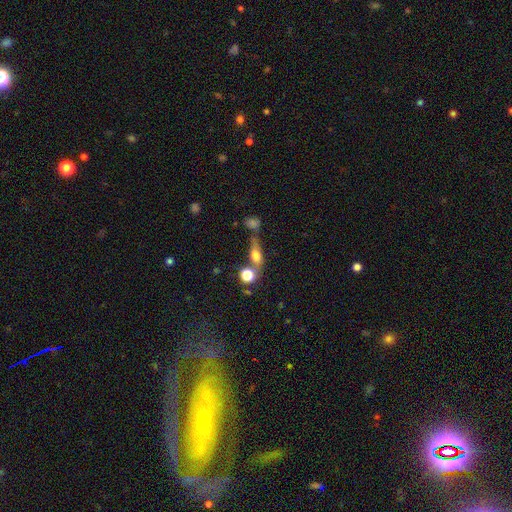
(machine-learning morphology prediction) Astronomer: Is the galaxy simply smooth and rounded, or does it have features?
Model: smooth — 64%.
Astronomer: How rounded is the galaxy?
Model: in between — 58%.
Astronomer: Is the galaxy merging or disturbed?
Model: none — 46% (runner-up: merger, 29%).